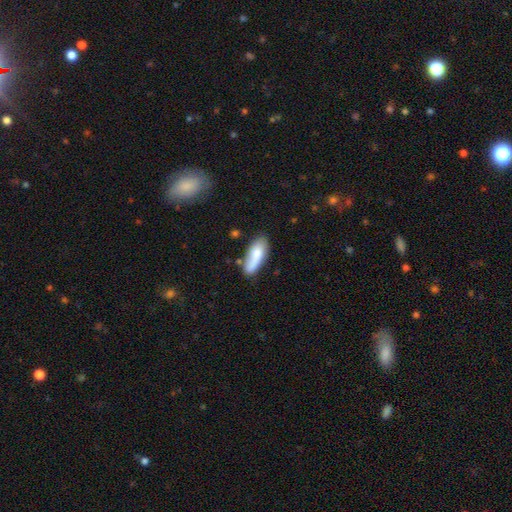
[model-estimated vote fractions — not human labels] A smooth galaxy with no disk features (79%) that is in between round and cigar-shaped (74%).

Vote fractions:
- Smooth or featured? smooth: 79% / featured or disk: 15% / star or artifact: 6%
- How rounded? in between: 74% / cigar-shaped: 24% / round: 2%
- Merging? none: 60% / minor disturbance: 24% / merger: 9% / major disturbance: 7%